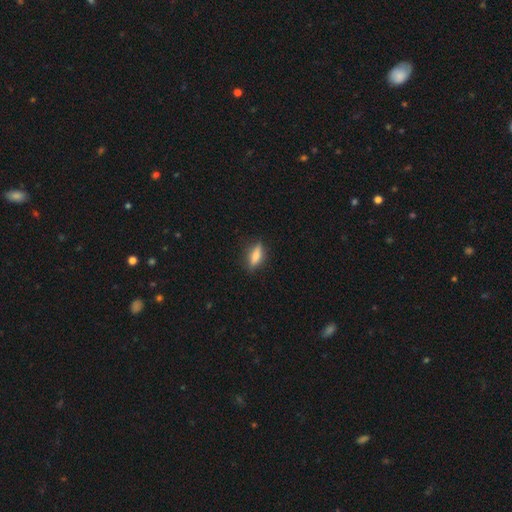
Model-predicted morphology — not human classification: A smooth galaxy with no disk features (66%) that is cigar-shaped (50%). Merging: none (83%).